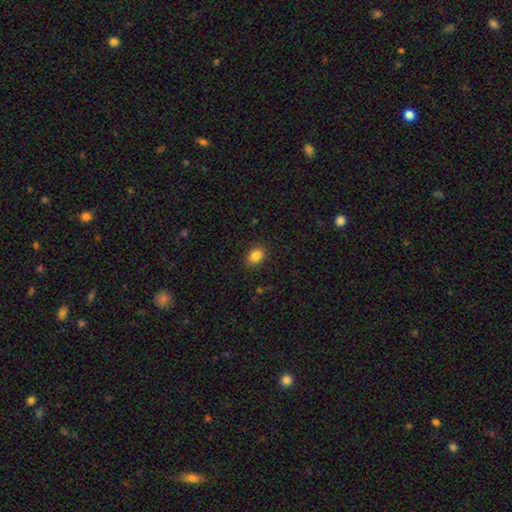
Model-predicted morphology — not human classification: The model was most divided on "how rounded": in between: 72%, round: 27%, cigar-shaped: 1%. More confident: merging — none (87%); smooth or featured — smooth (86%).